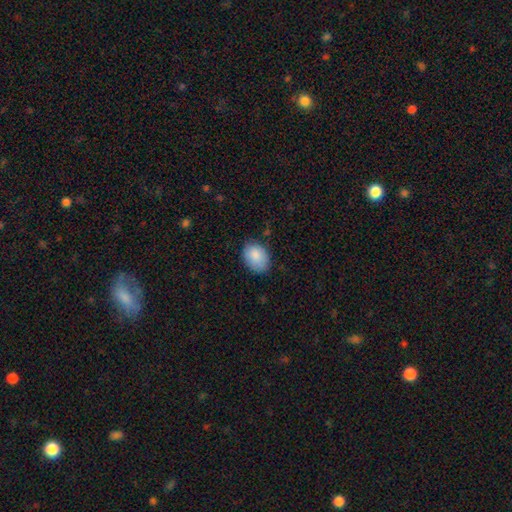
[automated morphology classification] Q: Smooth or featured?
A: smooth (88%); runner-up: star or artifact (7%)
Q: How rounded?
A: in between (73%); runner-up: round (26%)
Q: Merging?
A: none (76%); runner-up: minor disturbance (19%)